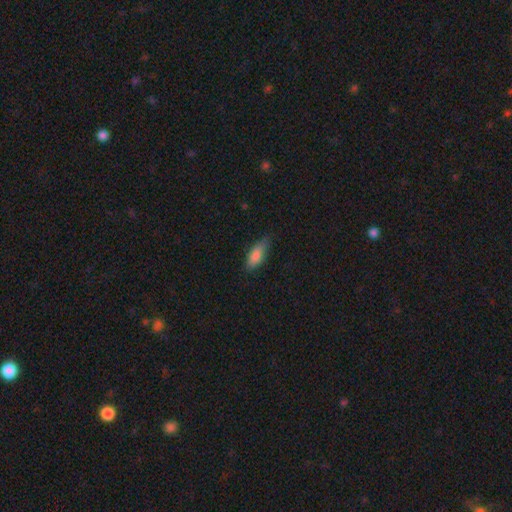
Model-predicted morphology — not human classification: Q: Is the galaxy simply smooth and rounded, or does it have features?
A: smooth — 83%.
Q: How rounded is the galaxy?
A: in between — 74%.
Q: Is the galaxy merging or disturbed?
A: none — 68%.